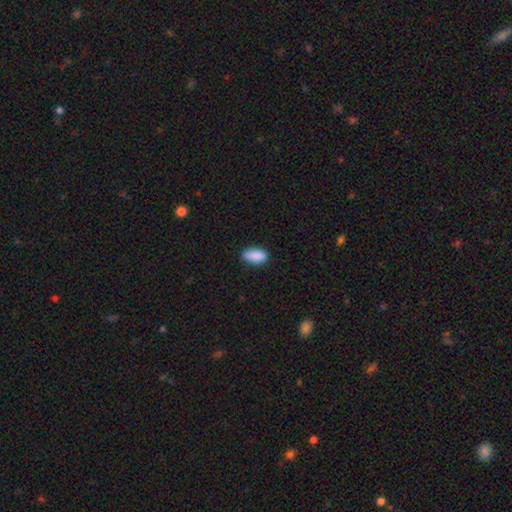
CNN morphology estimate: Q: Smooth or featured?
A: smooth (89%); runner-up: star or artifact (7%)
Q: How rounded?
A: in between (89%); runner-up: cigar-shaped (7%)
Q: Merging?
A: none (79%); runner-up: minor disturbance (17%)